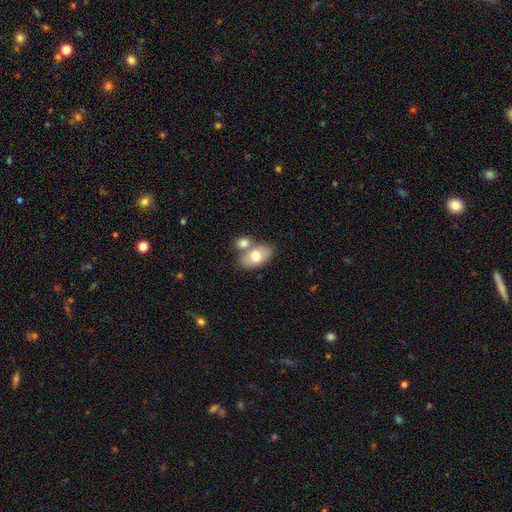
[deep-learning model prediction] Overall: smooth (74%). How rounded: in between (91%). Merging: none (50%; merger 37%).